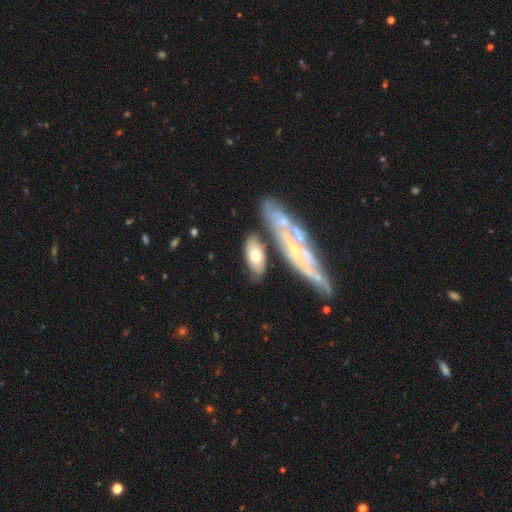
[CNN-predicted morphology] Smooth or featured: smooth — 60% (featured or disk — 34%)
How rounded: in between — 79% (cigar-shaped — 18%)
Merging: none — 60% (merger — 18%)